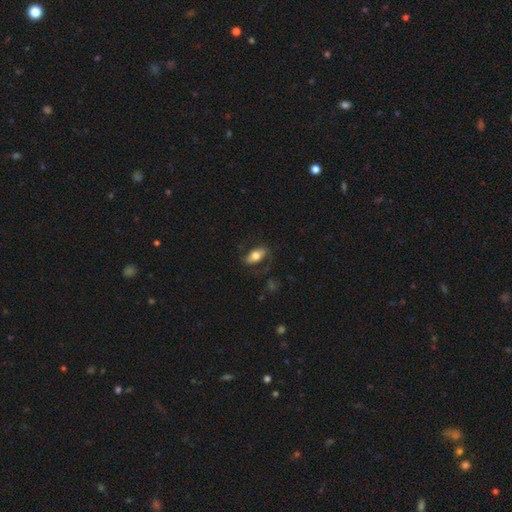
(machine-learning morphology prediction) A smooth galaxy with no disk features (64%) that is in between round and cigar-shaped (85%). Merging: none (72%).